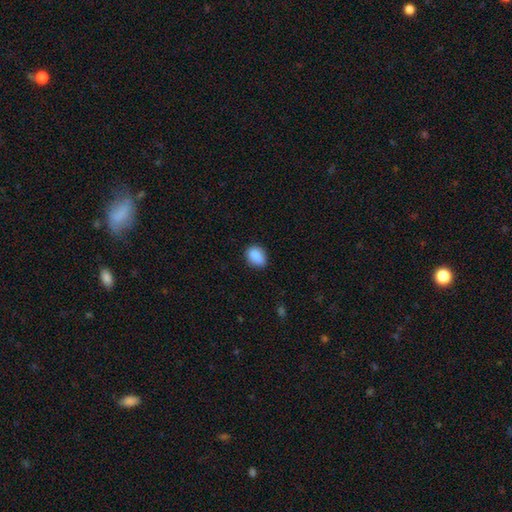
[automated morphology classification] Smooth or featured: smooth — 88% (star or artifact — 8%)
How rounded: in between — 66% (round — 32%)
Merging: none — 77% (minor disturbance — 19%)